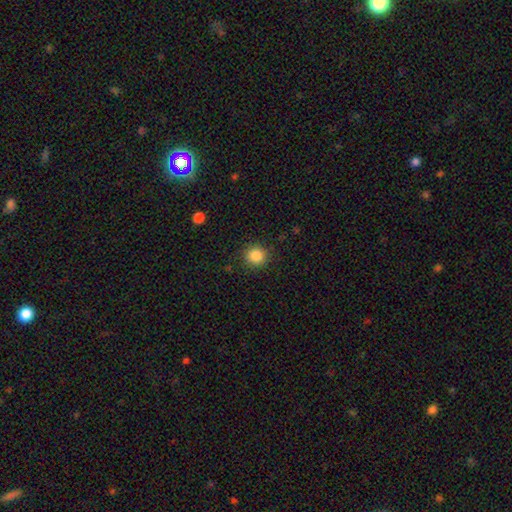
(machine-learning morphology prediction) smooth 86%, star or artifact 10%, featured or disk 4%. Down the decision tree: how rounded — round (91%); merging — none (89%).